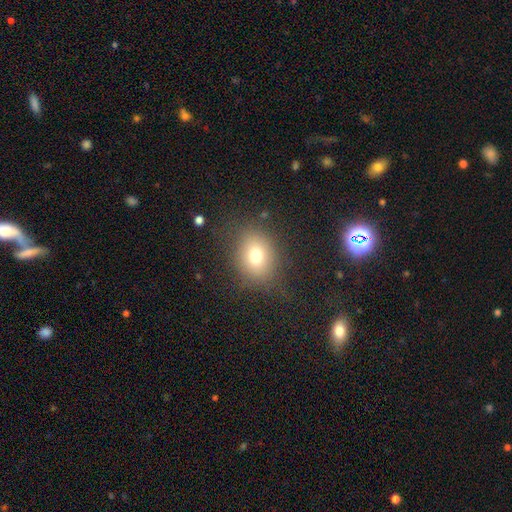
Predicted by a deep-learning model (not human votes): Overall: smooth (73%). How rounded: round (52%; in between 47%). Merging: none (78%).